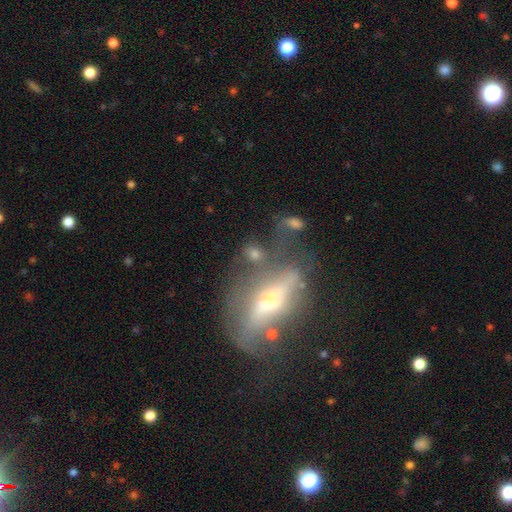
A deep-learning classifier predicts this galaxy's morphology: This appears to be a featured or disk galaxy (61%) viewed edge-on (56%). Merging: none (49%).